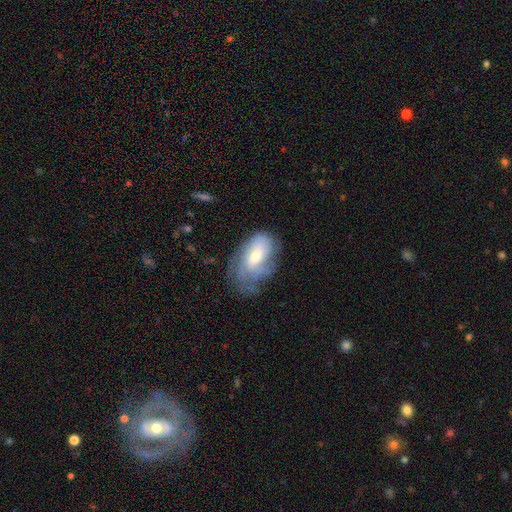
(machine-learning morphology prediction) smooth-or-featured: featured or disk: 53% | smooth: 39% | star or artifact: 8%
  disk-edge-on: no: 94% | yes: 6%
    bar: no: 56% | weak: 35% | strong: 8%
    has-spiral-arms: yes: 69% | no: 31%
    bulge-size: moderate: 60% | small: 25% | large: 12% | none: 3% | dominant: 1%
  merging: none: 47% | minor disturbance: 31% | major disturbance: 20% | merger: 2%